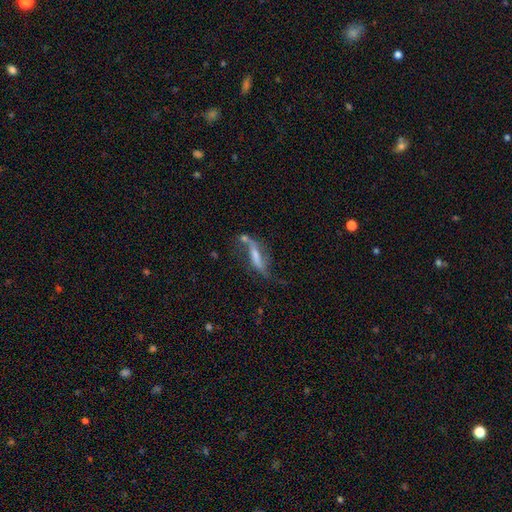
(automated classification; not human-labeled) Smooth or featured? Predicted: featured or disk (p=0.63). Edge-on disk? Predicted: no (p=0.62). Merging? Predicted: none (p=0.38).